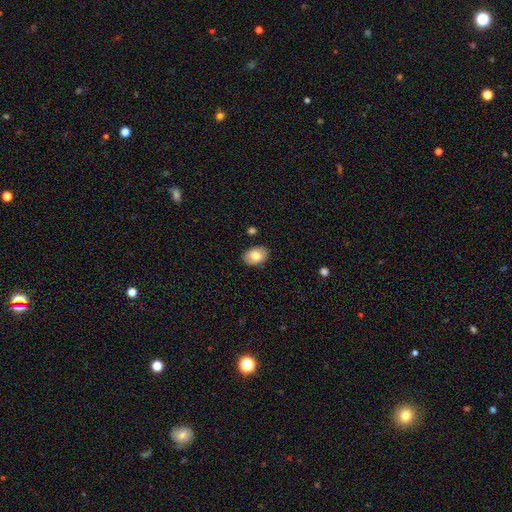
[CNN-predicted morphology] This appears to be a smooth galaxy with no disk features (76%) that is in between round and cigar-shaped (83%). Merging: none (86%).